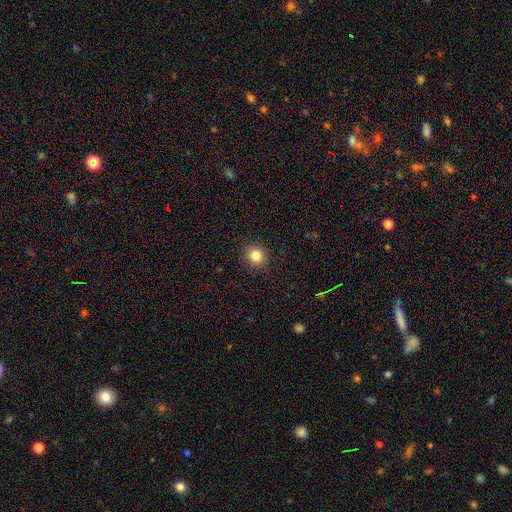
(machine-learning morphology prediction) Smooth or featured?
  - smooth: 84% *
  - star or artifact: 11%
  - featured or disk: 5%
How rounded?
  - round: 84% *
  - in between: 15%
  - cigar-shaped: 1%
Merging?
  - none: 90% *
  - minor disturbance: 7%
  - major disturbance: 2%
  - merger: 1%